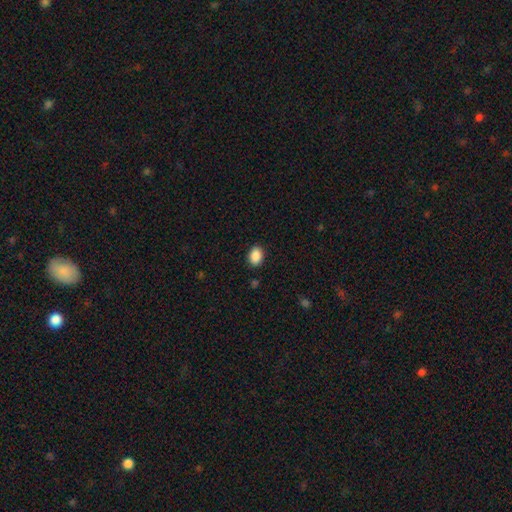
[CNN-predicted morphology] type=smooth (89%); roundness=in between (76%); merging=none (89%).